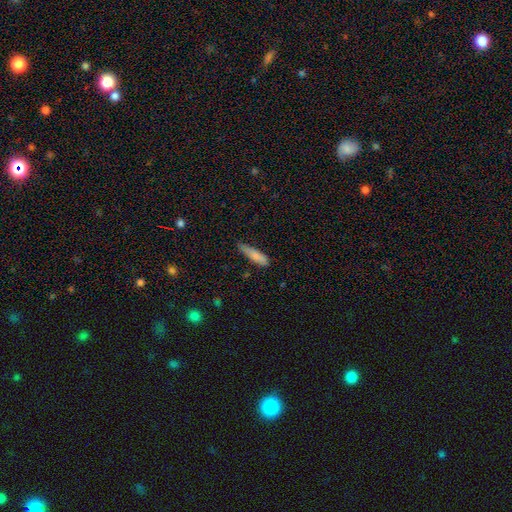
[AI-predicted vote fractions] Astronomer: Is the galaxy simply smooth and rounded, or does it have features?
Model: smooth — 81%.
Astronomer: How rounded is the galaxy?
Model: cigar-shaped — 73%.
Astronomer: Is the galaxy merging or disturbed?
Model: none — 60%.